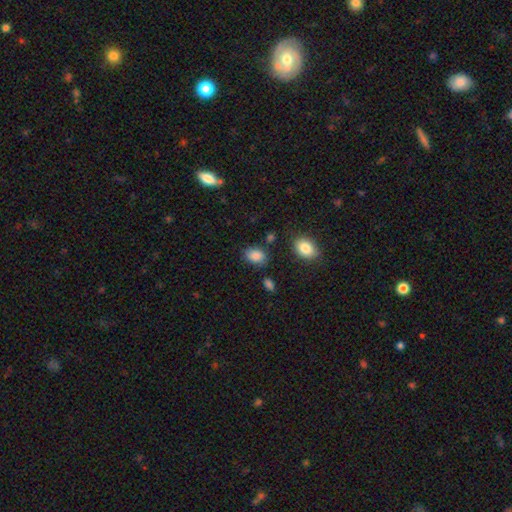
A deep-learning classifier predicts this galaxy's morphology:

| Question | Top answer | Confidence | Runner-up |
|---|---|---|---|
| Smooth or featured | smooth | 86% | star or artifact (9%) |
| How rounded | in between | 79% | round (20%) |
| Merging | none | 77% | minor disturbance (15%) |